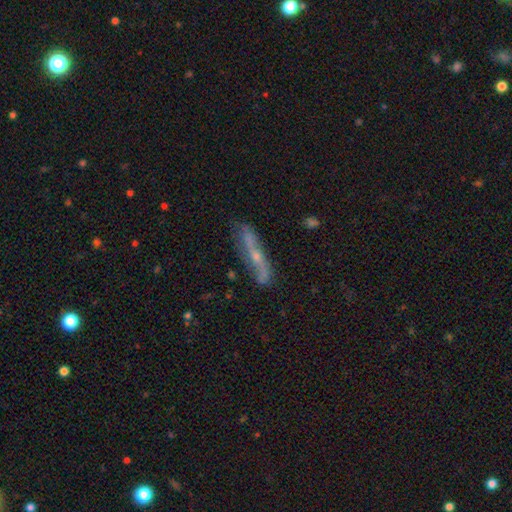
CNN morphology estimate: This is likely a featured or disk galaxy (68%). It is possibly not viewed edge-on (51%). Merging: likely none (73%).